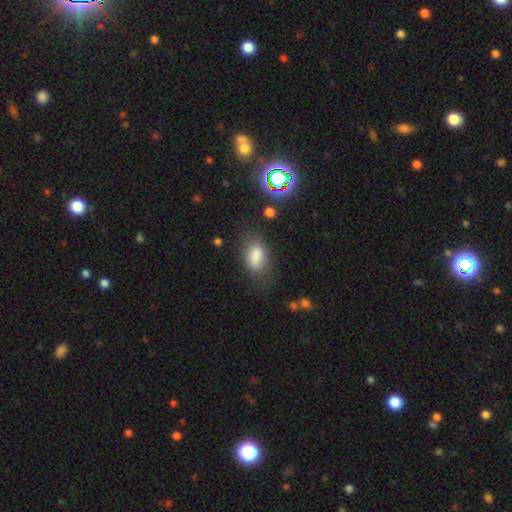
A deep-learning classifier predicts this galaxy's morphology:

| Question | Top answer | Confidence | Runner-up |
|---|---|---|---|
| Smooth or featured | smooth | 79% | star or artifact (12%) |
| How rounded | in between | 87% | round (8%) |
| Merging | none | 68% | minor disturbance (20%) |